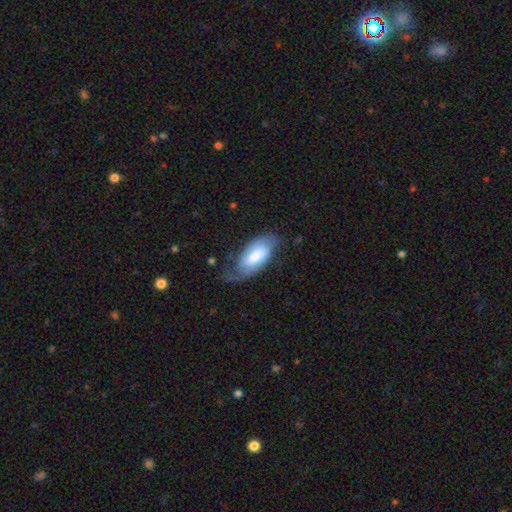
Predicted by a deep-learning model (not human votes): smooth-or-featured: smooth: 49% | featured or disk: 44% | star or artifact: 6%
  merging: none: 49% | minor disturbance: 27% | major disturbance: 22% | merger: 2%